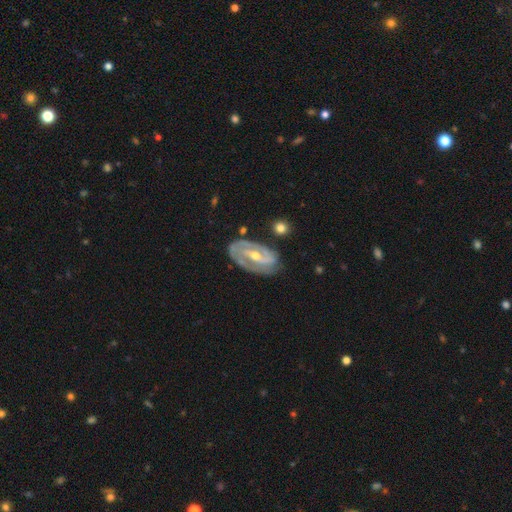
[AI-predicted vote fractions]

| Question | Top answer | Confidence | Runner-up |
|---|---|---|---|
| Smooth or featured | featured or disk | 87% | smooth (8%) |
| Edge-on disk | no | 95% | yes (5%) |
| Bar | strong | 40% | weak (38%) |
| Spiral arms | yes | 94% | no (6%) |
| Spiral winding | tight | 55% | medium (35%) |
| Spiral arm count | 2 | 79% | can't tell (8%) |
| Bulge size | moderate | 55% | small (42%) |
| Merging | none | 76% | minor disturbance (17%) |